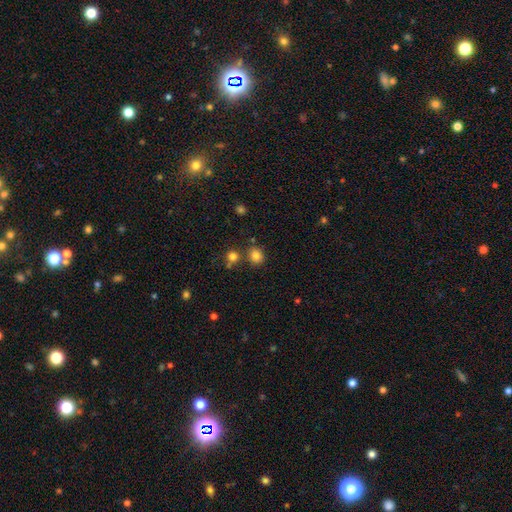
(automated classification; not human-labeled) The model was most divided on "how rounded": round: 79%, in between: 20%, cigar-shaped: 1%. More confident: smooth or featured — smooth (80%); merging — none (77%).